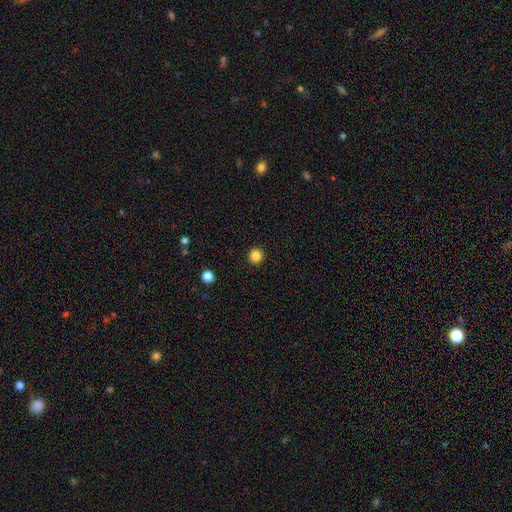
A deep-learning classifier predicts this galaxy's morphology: type=smooth (85%); roundness=round (95%); merging=none (93%).